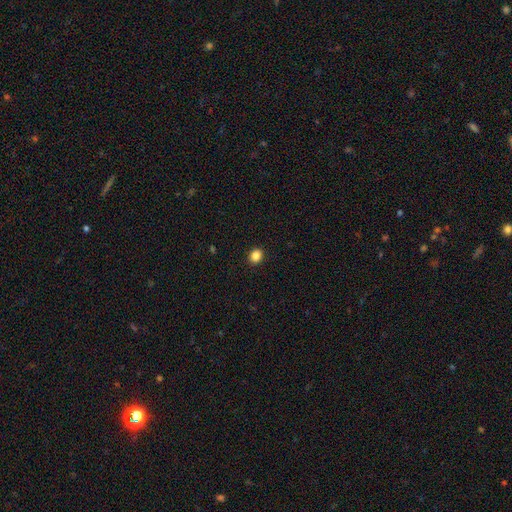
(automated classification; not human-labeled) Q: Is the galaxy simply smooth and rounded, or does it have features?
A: smooth — 86%.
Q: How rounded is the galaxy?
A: round — 71%.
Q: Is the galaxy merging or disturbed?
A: none — 92%.